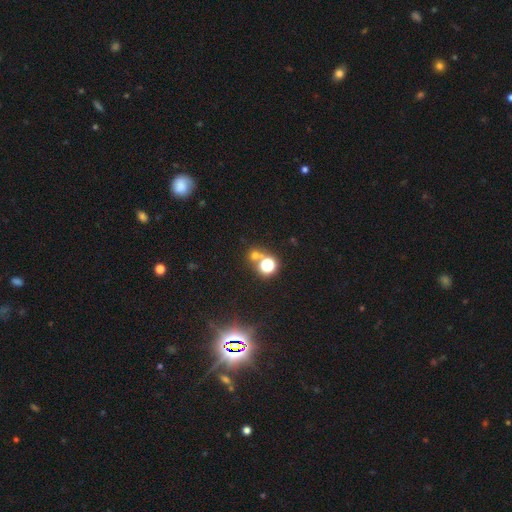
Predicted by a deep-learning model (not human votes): A smooth galaxy with no disk features (51%) that is round (88%).

Vote fractions:
- Smooth or featured? smooth: 51% / star or artifact: 41% / featured or disk: 8%
- How rounded? round: 88% / in between: 11% / cigar-shaped: 1%
- Merging? none: 65% / merger: 24% / minor disturbance: 7% / major disturbance: 4%